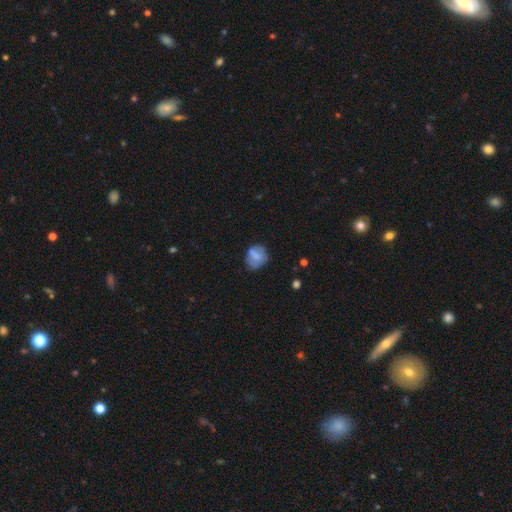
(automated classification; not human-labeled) smooth-or-featured: smooth: 62% | featured or disk: 28% | star or artifact: 10%
  how-rounded: round: 60% | in between: 38% | cigar-shaped: 2%
  merging: none: 60% | minor disturbance: 25% | major disturbance: 11% | merger: 4%